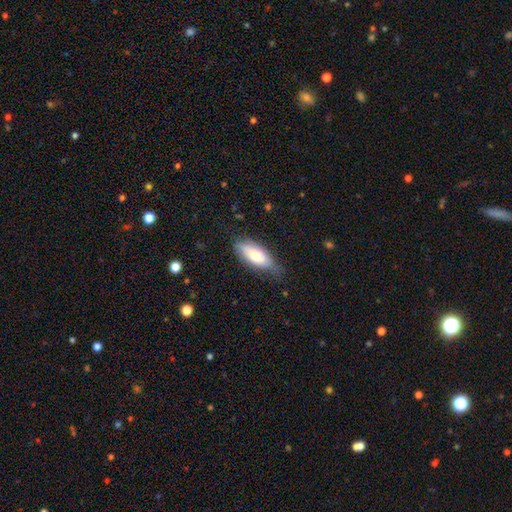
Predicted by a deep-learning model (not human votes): Smooth or featured? Predicted: smooth (p=0.75). How rounded? Predicted: in between (p=0.78). Merging? Predicted: none (p=0.64).